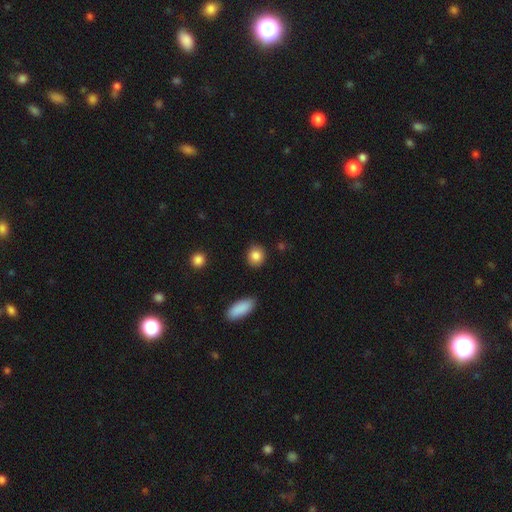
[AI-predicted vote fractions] Smooth or featured: smooth — 86% (star or artifact — 8%)
How rounded: round — 78% (in between — 21%)
Merging: none — 86% (minor disturbance — 9%)